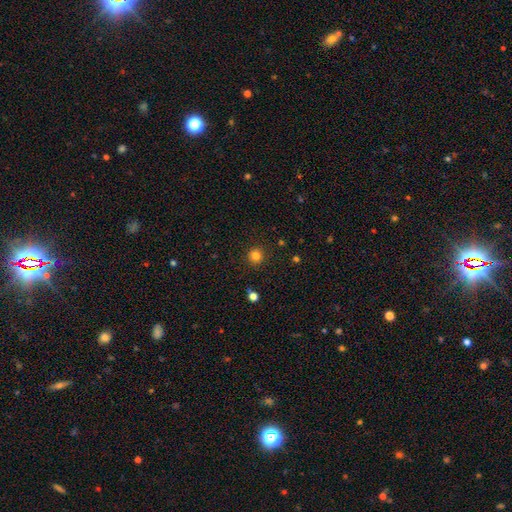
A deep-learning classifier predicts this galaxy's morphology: smooth-or-featured: smooth: 82% | star or artifact: 13% | featured or disk: 5%
  how-rounded: round: 94% | in between: 5% | cigar-shaped: 1%
  merging: none: 91% | minor disturbance: 6% | major disturbance: 2% | merger: 1%